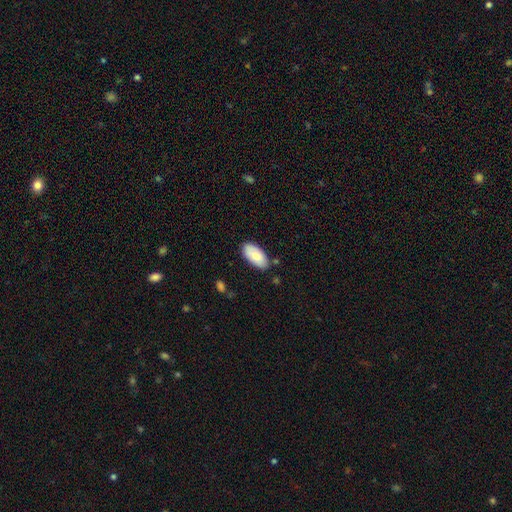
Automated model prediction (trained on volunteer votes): A smooth galaxy with no disk features (76%) that is in between round and cigar-shaped (95%).

Vote fractions:
- Smooth or featured? smooth: 76% / featured or disk: 18% / star or artifact: 6%
- How rounded? in between: 95% / cigar-shaped: 3% / round: 2%
- Merging? none: 81% / minor disturbance: 13% / merger: 3% / major disturbance: 2%